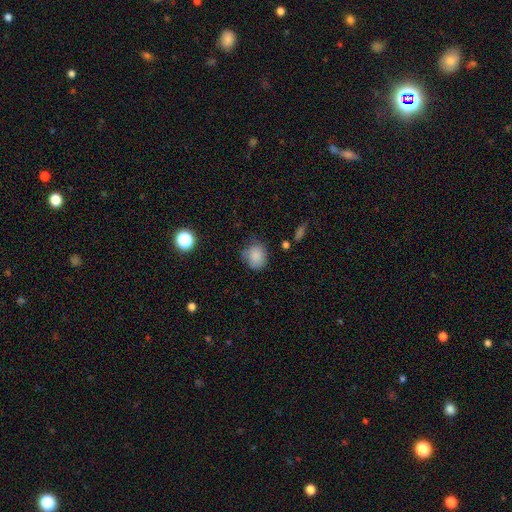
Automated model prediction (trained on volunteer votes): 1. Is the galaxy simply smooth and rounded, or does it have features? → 83% smooth, 9% star or artifact, 8% featured or disk.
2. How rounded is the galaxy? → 68% round, 31% in between, 1% cigar-shaped.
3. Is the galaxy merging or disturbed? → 59% none, 29% minor disturbance, 9% major disturbance, 3% merger.